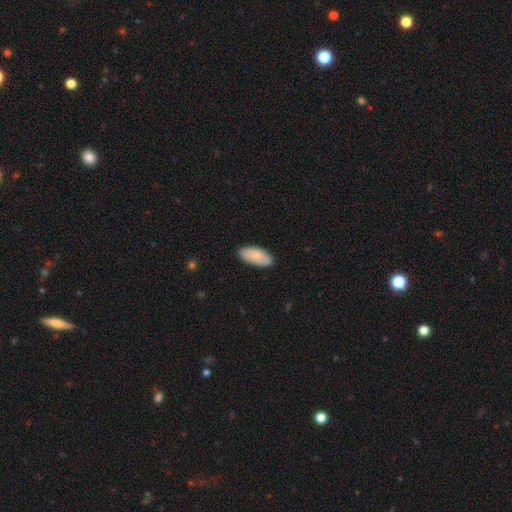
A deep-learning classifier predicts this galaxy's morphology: A smooth galaxy with no disk features (79%) that is in between round and cigar-shaped (93%). Merging: none (83%).